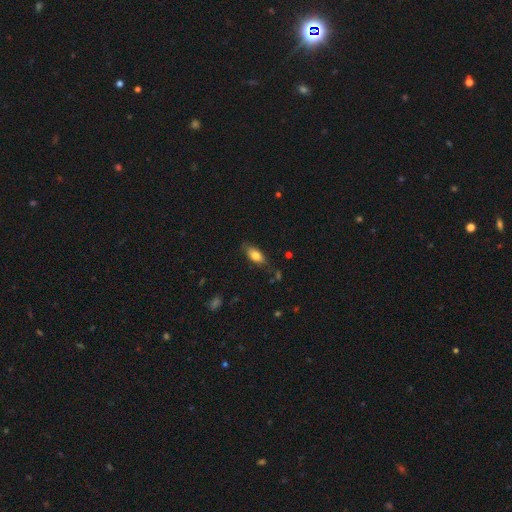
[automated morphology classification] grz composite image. It shows a smooth galaxy with no disk features (78%) that is in between round and cigar-shaped (87%). Merging: none (74%).